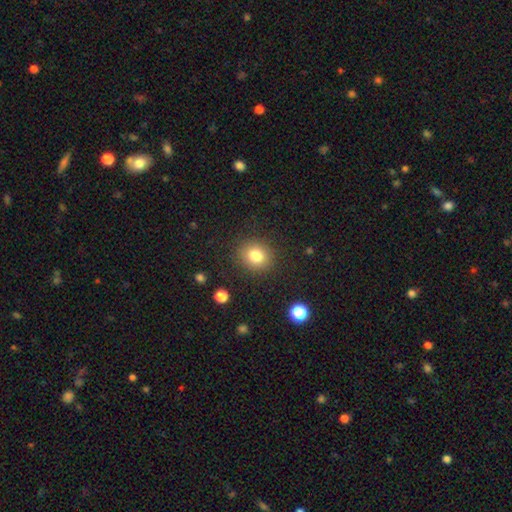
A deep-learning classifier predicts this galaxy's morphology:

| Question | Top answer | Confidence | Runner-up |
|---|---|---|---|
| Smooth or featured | smooth | 81% | star or artifact (11%) |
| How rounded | round | 79% | in between (20%) |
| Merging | none | 88% | minor disturbance (8%) |